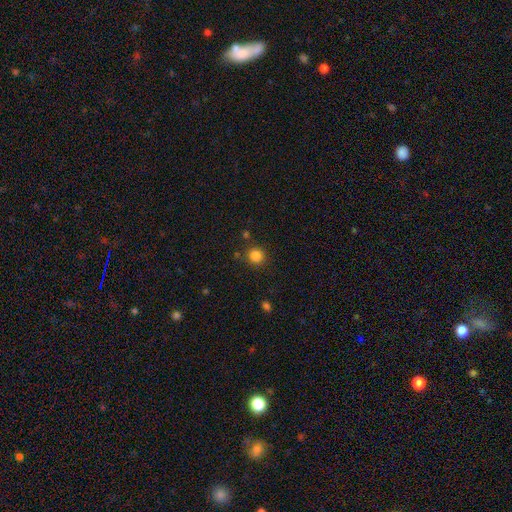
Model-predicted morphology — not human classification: smooth 84%, star or artifact 12%, featured or disk 4%. Down the decision tree: how rounded — round (92%); merging — none (85%).